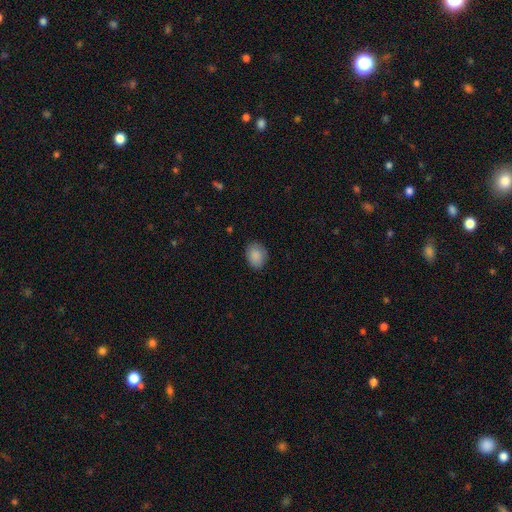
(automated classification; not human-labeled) smooth-or-featured: smooth: 89% | star or artifact: 7% | featured or disk: 4%
  how-rounded: in between: 65% | round: 34% | cigar-shaped: 1%
  merging: none: 83% | minor disturbance: 13% | major disturbance: 3% | merger: 1%